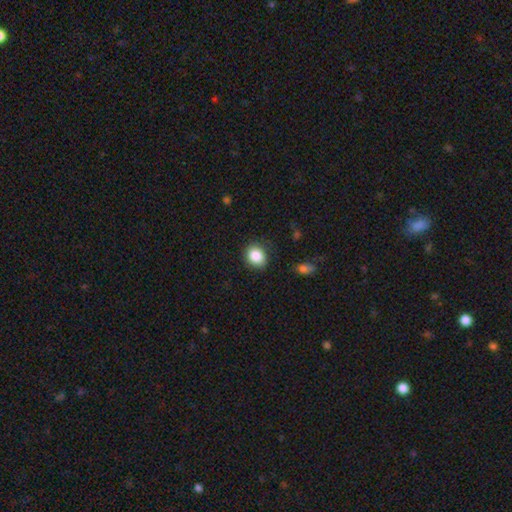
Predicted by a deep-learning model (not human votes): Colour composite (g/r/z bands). It shows a smooth galaxy with no disk features (87%) that is round (68%). Merging: none (82%).